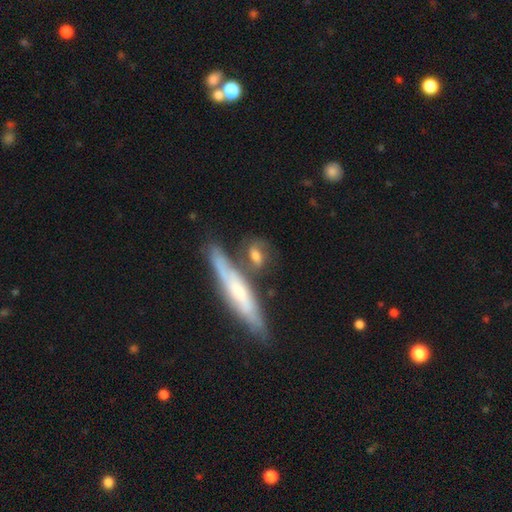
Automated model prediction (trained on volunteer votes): The model was most divided on "smooth or featured": smooth: 53%, featured or disk: 39%, star or artifact: 8%. Remaining: how rounded — in between (51%); merging — none (47%).